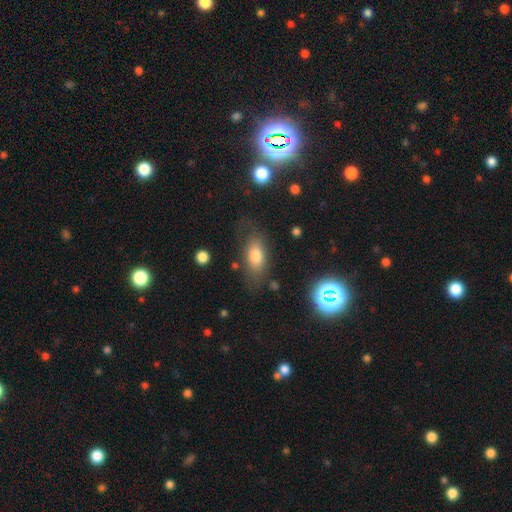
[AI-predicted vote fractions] This is likely a smooth galaxy (73%). How rounded: clearly in between (86%). Merging: likely none (67%).